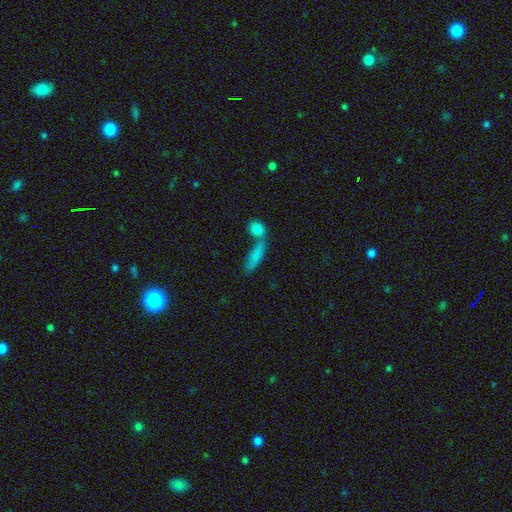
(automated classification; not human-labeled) A smooth galaxy with no disk features (81%) that is cigar-shaped (51%).

Vote fractions:
- Smooth or featured? smooth: 81% / featured or disk: 12% / star or artifact: 8%
- How rounded? cigar-shaped: 51% / in between: 44% / round: 4%
- Merging? merger: 43% / none: 41% / minor disturbance: 11% / major disturbance: 6%